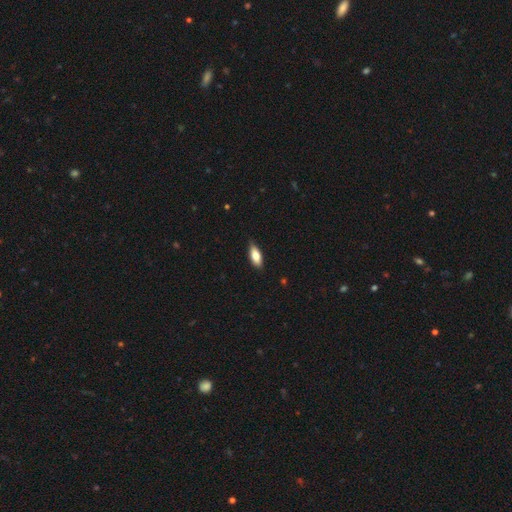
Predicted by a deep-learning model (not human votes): smooth_or_featured: smooth (p=0.77) [alt: featured or disk p=0.17]
how_rounded: in between (p=0.78) [alt: cigar-shaped p=0.19]
merging: none (p=0.81) [alt: minor disturbance p=0.16]